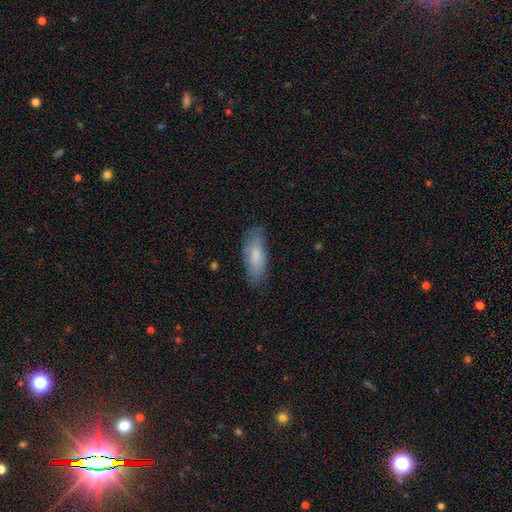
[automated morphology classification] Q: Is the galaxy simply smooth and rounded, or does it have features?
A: smooth — 75%.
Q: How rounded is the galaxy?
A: in between — 70%.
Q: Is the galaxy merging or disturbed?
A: none — 79%.